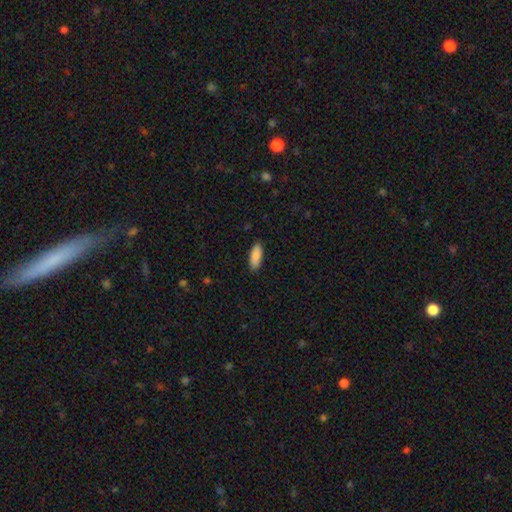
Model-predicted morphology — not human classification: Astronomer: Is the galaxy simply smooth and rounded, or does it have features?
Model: smooth — 89%.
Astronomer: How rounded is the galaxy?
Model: in between — 72%.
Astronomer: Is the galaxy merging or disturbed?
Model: none — 88%.